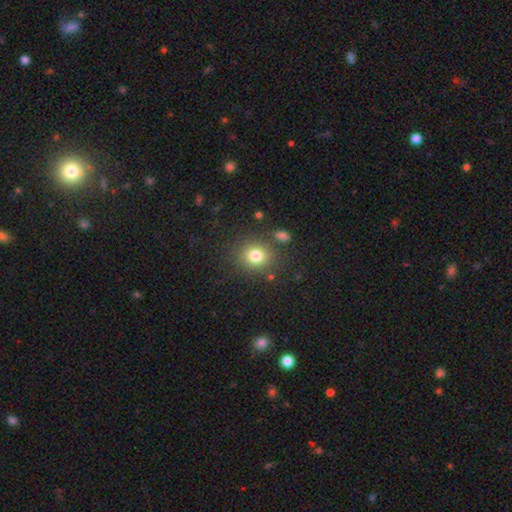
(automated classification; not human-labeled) smooth-or-featured: smooth: 80% | star or artifact: 13% | featured or disk: 8%
  how-rounded: round: 73% | in between: 26% | cigar-shaped: 1%
  merging: none: 81% | minor disturbance: 10% | merger: 5% | major disturbance: 4%